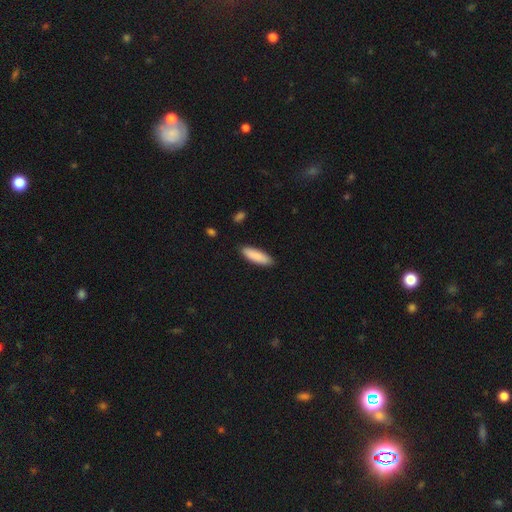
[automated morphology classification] This is clearly a smooth galaxy (88%). How rounded: possibly cigar-shaped (55%). Merging: clearly none (86%).